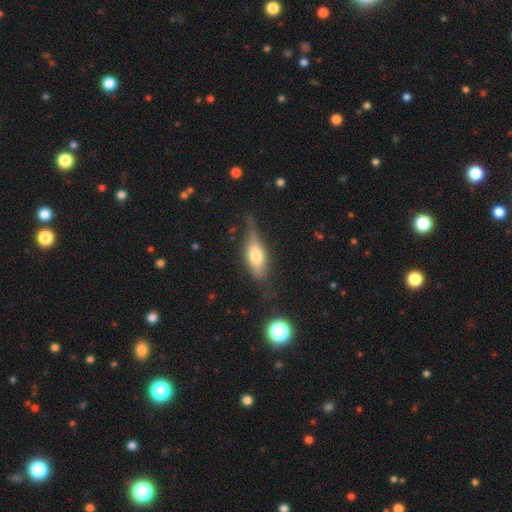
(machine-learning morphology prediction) type=smooth (54%); roundness=in between (61%); merging=none (57%).